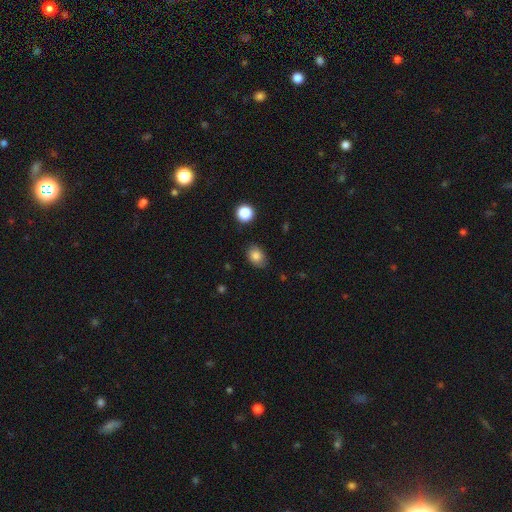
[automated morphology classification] smooth 83%, star or artifact 10%, featured or disk 8%. Down the decision tree: how rounded — in between (65%); merging — none (78%).